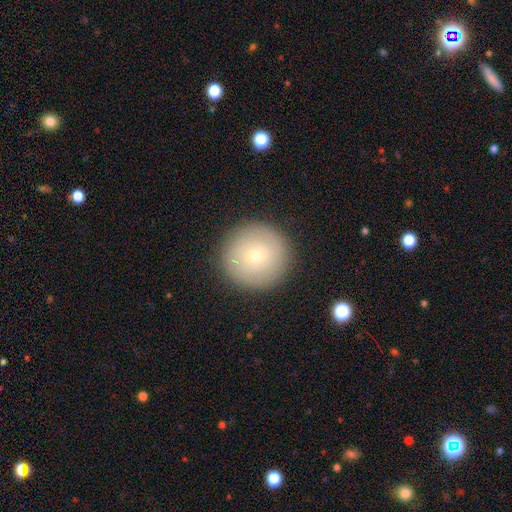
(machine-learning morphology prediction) smooth-or-featured: smooth: 56% | featured or disk: 34% | star or artifact: 9%
  how-rounded: round: 96% | in between: 4% | cigar-shaped: 1%
  merging: none: 89% | minor disturbance: 7% | major disturbance: 3% | merger: 1%